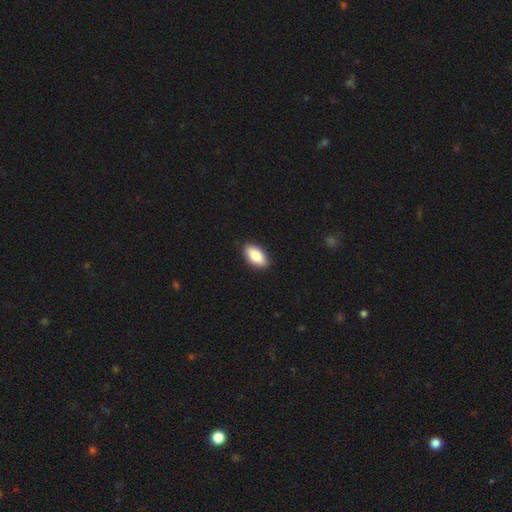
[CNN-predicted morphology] A smooth galaxy with no disk features (84%) that is in between round and cigar-shaped (90%). Merging: none (89%).